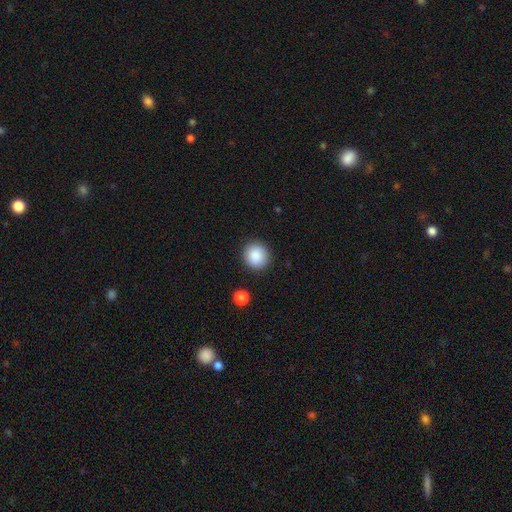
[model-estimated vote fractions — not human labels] Q: Smooth or featured?
A: smooth (88%); runner-up: star or artifact (8%)
Q: How rounded?
A: round (92%); runner-up: in between (7%)
Q: Merging?
A: none (90%); runner-up: minor disturbance (6%)